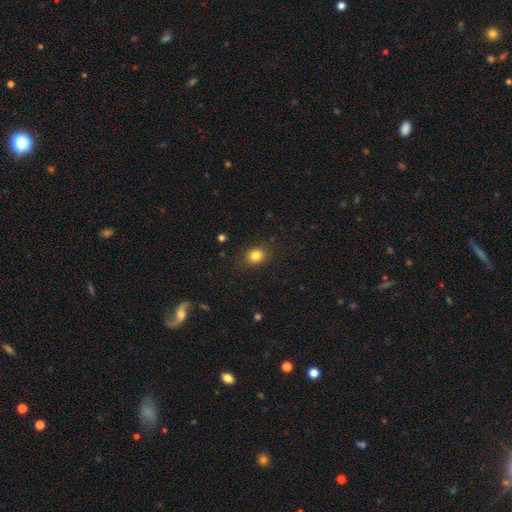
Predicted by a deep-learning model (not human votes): Smooth or featured? Predicted: smooth (p=0.84). How rounded? Predicted: round (p=0.62). Merging? Predicted: none (p=0.85).